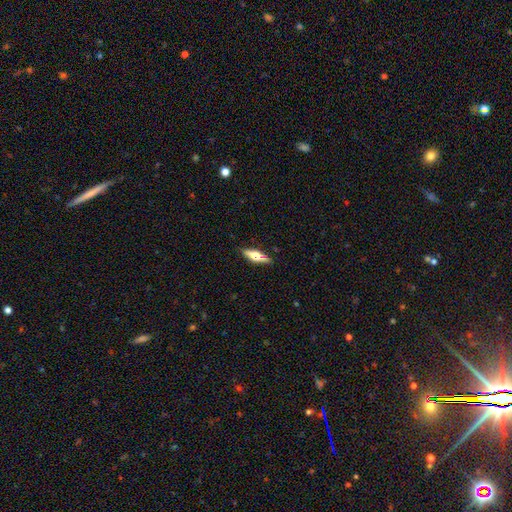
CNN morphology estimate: smooth-or-featured: featured or disk: 60% | smooth: 35% | star or artifact: 6%
  disk-edge-on: yes: 95% | no: 5%
    edge-on-bulge: rounded: 94% | boxy: 4% | none: 2%
  merging: none: 86% | minor disturbance: 10% | major disturbance: 2% | merger: 1%